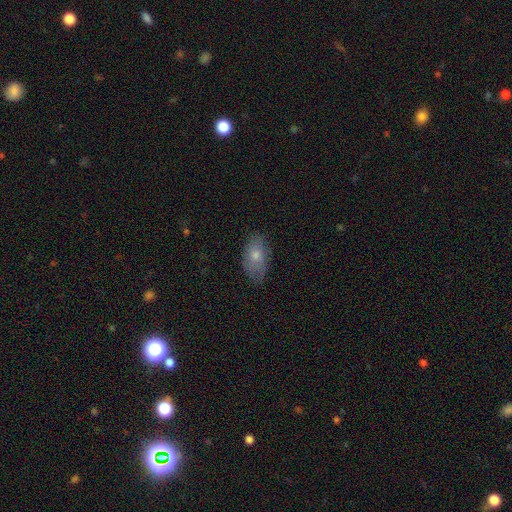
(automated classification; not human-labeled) Morphology: type=smooth (76%); roundness=in between (92%); merging=none (73%).